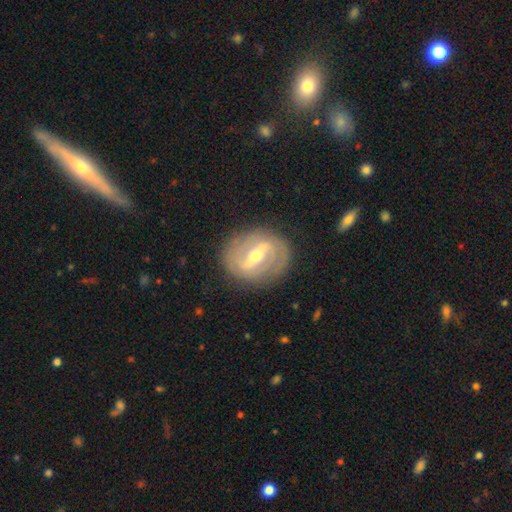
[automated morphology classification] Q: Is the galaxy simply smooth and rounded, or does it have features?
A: featured or disk — 81%.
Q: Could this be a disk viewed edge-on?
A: no — 92%.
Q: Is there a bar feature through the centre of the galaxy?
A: strong — 66%.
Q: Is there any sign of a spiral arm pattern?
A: yes — 74%.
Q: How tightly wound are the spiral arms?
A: tight — 45%.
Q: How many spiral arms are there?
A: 2 — 72%.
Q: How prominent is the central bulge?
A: moderate — 59%.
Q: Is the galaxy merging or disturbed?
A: none — 82%.